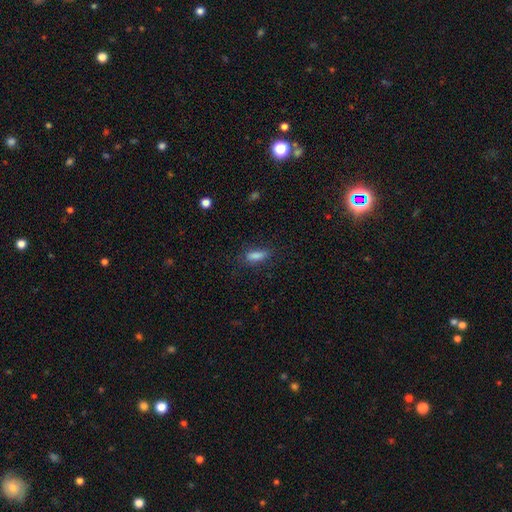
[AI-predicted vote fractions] Smooth or featured?
  - smooth: 80% *
  - star or artifact: 11%
  - featured or disk: 8%
How rounded?
  - in between: 60% *
  - cigar-shaped: 37%
  - round: 3%
Merging?
  - none: 79% *
  - minor disturbance: 14%
  - major disturbance: 5%
  - merger: 2%